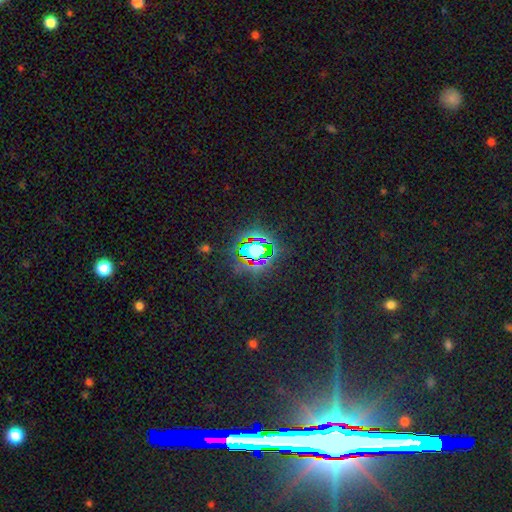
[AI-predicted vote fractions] A star or artifact, not a galaxy (71%).

Vote fractions:
- Smooth or featured? star or artifact: 71% / smooth: 18% / featured or disk: 11%